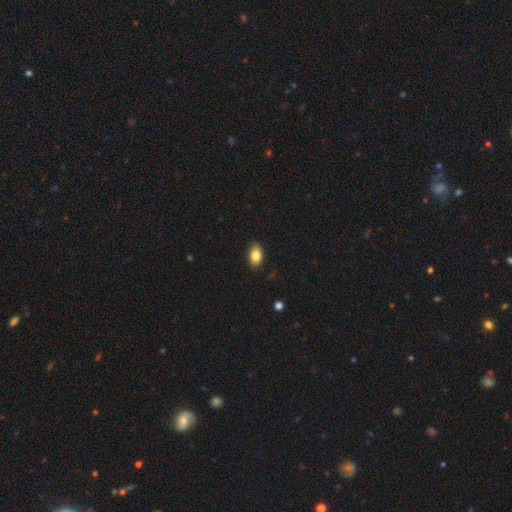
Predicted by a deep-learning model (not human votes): Q: Smooth or featured?
A: smooth (83%); runner-up: featured or disk (9%)
Q: How rounded?
A: in between (91%); runner-up: round (7%)
Q: Merging?
A: none (88%); runner-up: minor disturbance (9%)